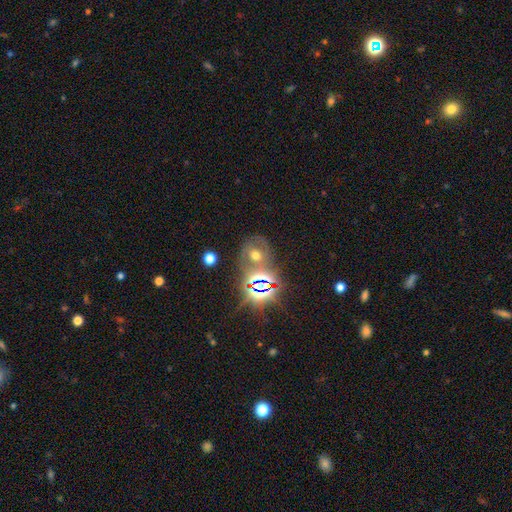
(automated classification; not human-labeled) Q: Smooth or featured?
A: star or artifact (39%); runner-up: smooth (34%)